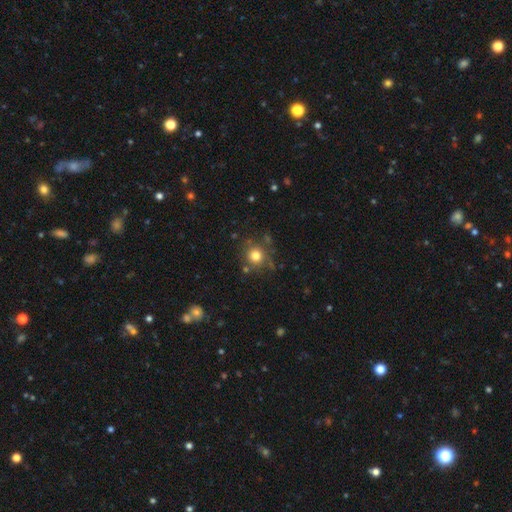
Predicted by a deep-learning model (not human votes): Morphology: type=smooth (78%); roundness=round (92%); merging=none (77%).